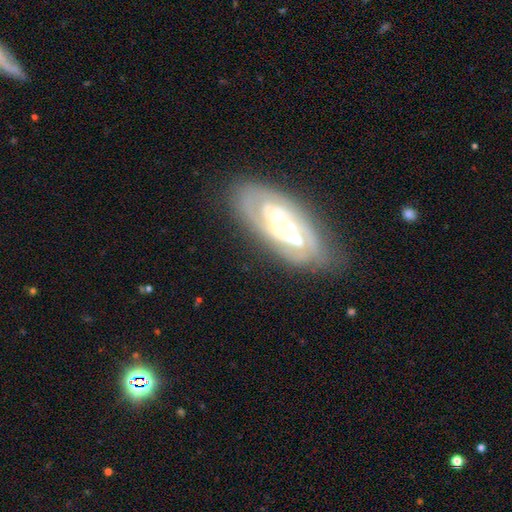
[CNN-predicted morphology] Smooth or featured?
  - featured or disk: 75% *
  - smooth: 17%
  - star or artifact: 8%
Edge-on disk?
  - no: 90% *
  - yes: 10%
Bar?
  - no: 59% *
  - weak: 29%
  - strong: 12%
Spiral arms?
  - yes: 81% *
  - no: 19%
Spiral winding?
  - tight: 66% *
  - medium: 26%
  - loose: 8%
Spiral arm count?
  - can't tell: 43% *
  - 2: 35%
  - 3: 10%
  - 1: 5%
  - 4: 4%
  - more than 4: 3%
Bulge size?
  - small: 57% *
  - moderate: 32%
  - large: 5%
  - none: 4%
  - dominant: 2%
Merging?
  - none: 73% *
  - minor disturbance: 16%
  - major disturbance: 6%
  - merger: 4%